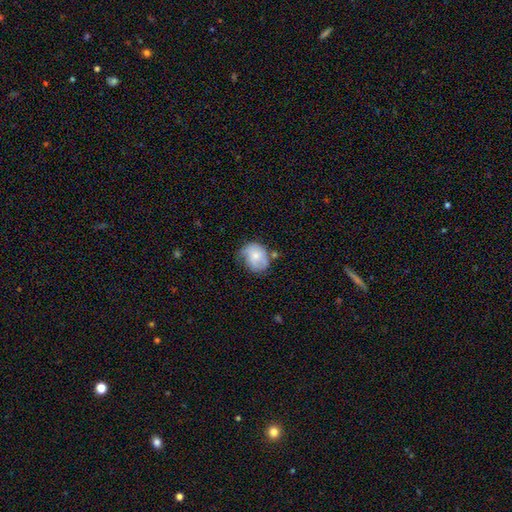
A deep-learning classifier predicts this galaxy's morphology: type=smooth (58%); roundness=round (59%); merging=none (39%).